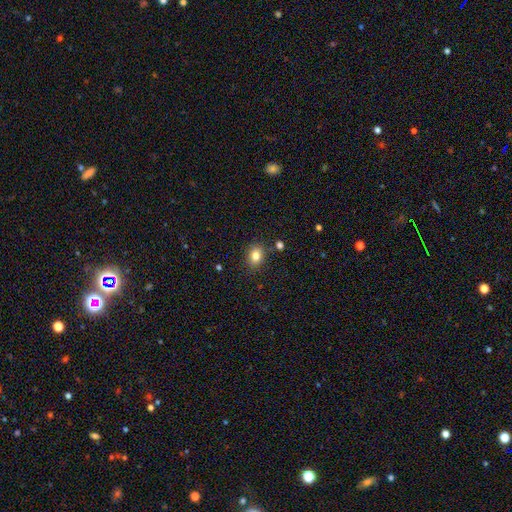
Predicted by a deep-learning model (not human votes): Overall: smooth (82%). How rounded: in between (58%; round 41%). Merging: none (83%).